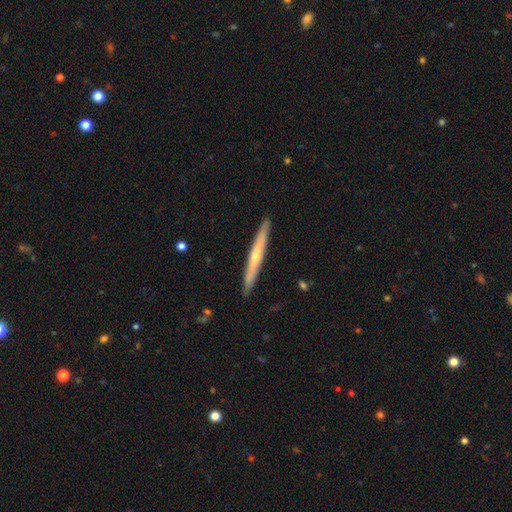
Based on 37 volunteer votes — A featured or disk galaxy (84%) viewed edge-on (97%) with a rounded central bulge (50%).

Vote fractions:
- Smooth or featured? featured or disk: 84% / smooth: 14% / star or artifact: 3%
- Edge-on disk? yes: 97% / no: 3%
- Edge-on bulge? rounded: 50% / none: 47% / boxy: 3%
- Merging? none: 97% / minor disturbance: 3% / major disturbance: 0% / merger: 0%